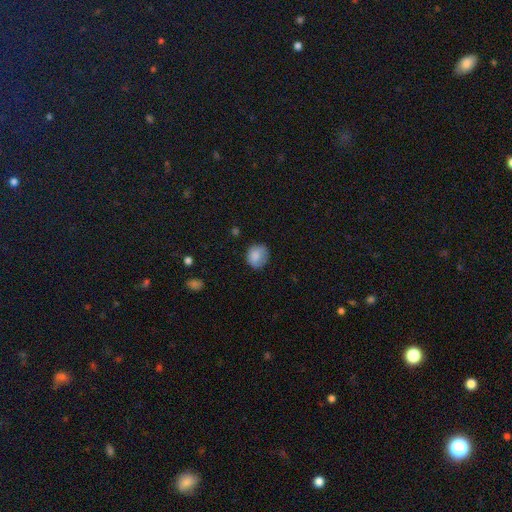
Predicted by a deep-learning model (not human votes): A smooth galaxy with no disk features (83%) that is round (69%).

Vote fractions:
- Smooth or featured? smooth: 83% / featured or disk: 9% / star or artifact: 8%
- How rounded? round: 69% / in between: 30% / cigar-shaped: 1%
- Merging? none: 70% / minor disturbance: 22% / major disturbance: 6% / merger: 1%